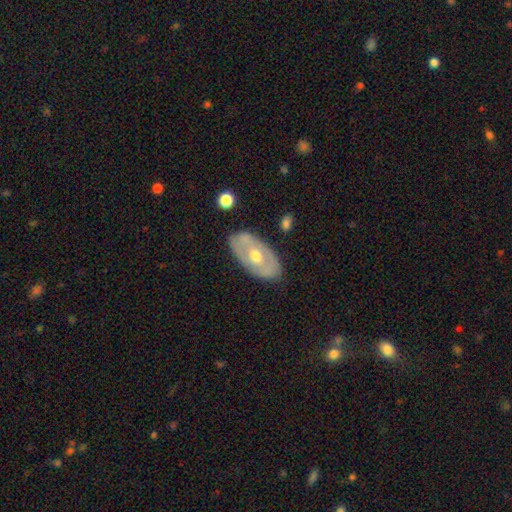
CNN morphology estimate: featured or disk 60%, smooth 35%, star or artifact 6%. Down the decision tree: edge-on disk — no (88%); bar — no (77%); spiral arms — no (73%); bulge size — moderate (74%); merging — none (80%).